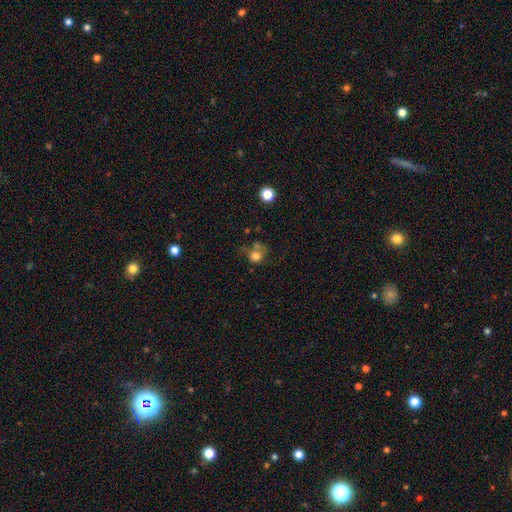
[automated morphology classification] A smooth galaxy with no disk features (71%) that is round (73%).

Vote fractions:
- Smooth or featured? smooth: 71% / featured or disk: 15% / star or artifact: 14%
- How rounded? round: 73% / in between: 25% / cigar-shaped: 1%
- Merging? none: 34% / major disturbance: 24% / merger: 22% / minor disturbance: 20%